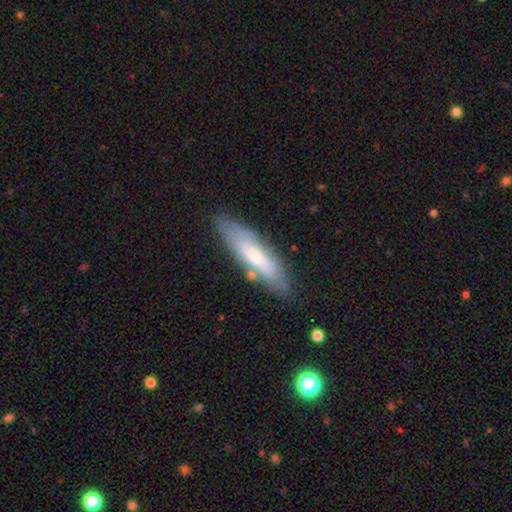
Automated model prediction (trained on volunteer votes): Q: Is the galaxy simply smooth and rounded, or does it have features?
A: smooth — 54%.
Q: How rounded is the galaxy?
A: cigar-shaped — 70%.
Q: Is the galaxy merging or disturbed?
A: none — 79%.